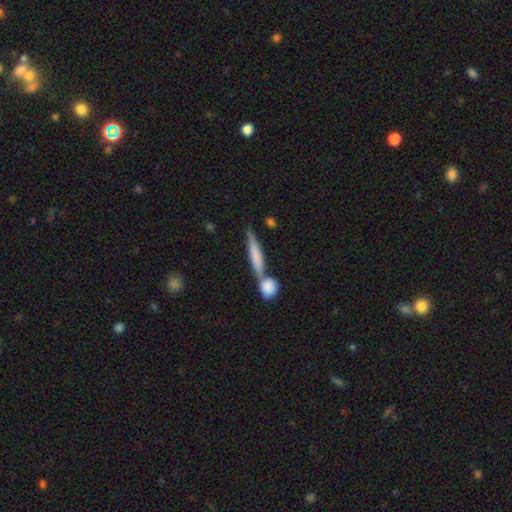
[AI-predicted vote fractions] Smooth or featured? Predicted: smooth (p=0.57). How rounded? Predicted: cigar-shaped (p=0.80). Merging? Predicted: none (p=0.52).